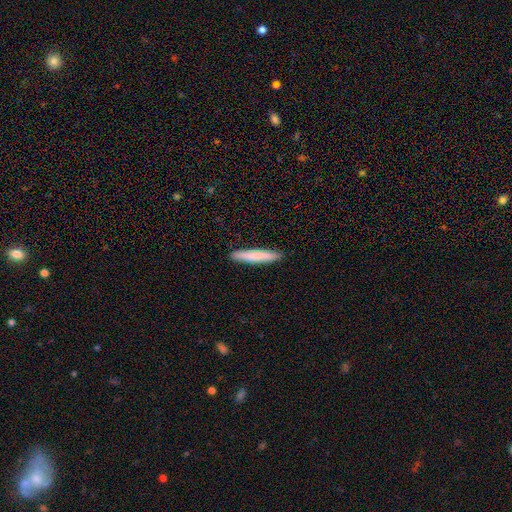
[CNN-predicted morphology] Smooth or featured? Predicted: smooth (p=0.79). How rounded? Predicted: cigar-shaped (p=0.93). Merging? Predicted: none (p=0.91).